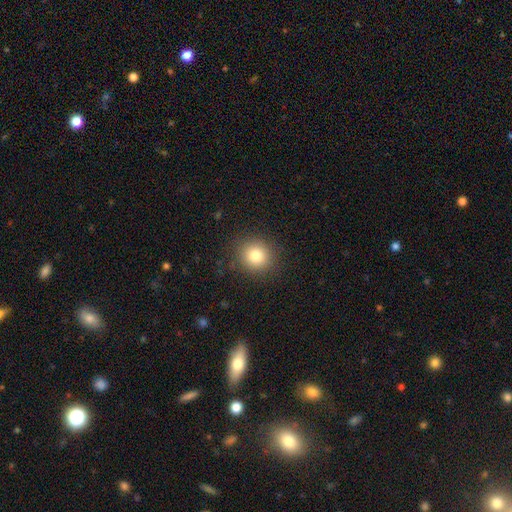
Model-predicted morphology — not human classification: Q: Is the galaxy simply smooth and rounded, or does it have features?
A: smooth — 81%.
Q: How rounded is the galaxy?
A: round — 87%.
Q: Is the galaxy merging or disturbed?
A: none — 89%.